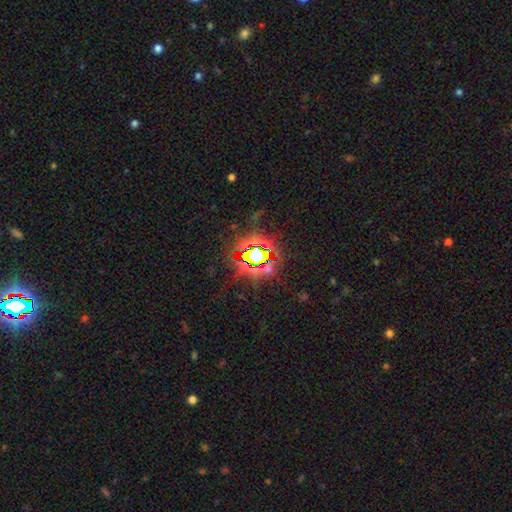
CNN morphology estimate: The model was most divided on "smooth or featured": star or artifact: 78%, smooth: 12%, featured or disk: 10%.